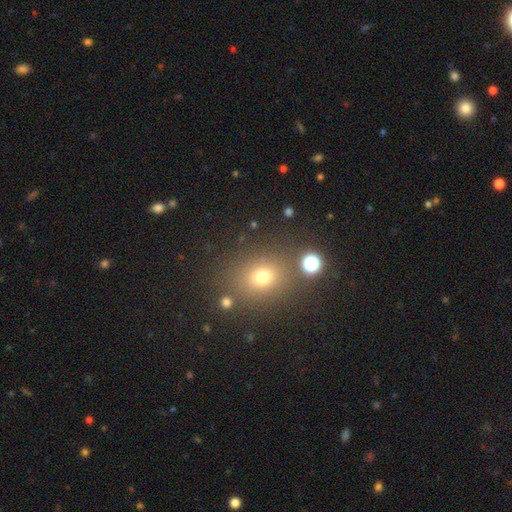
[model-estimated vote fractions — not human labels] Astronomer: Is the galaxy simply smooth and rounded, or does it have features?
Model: smooth — 54% (runner-up: star or artifact, 37%).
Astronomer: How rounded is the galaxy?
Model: round — 75%.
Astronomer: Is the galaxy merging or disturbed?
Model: none — 81%.